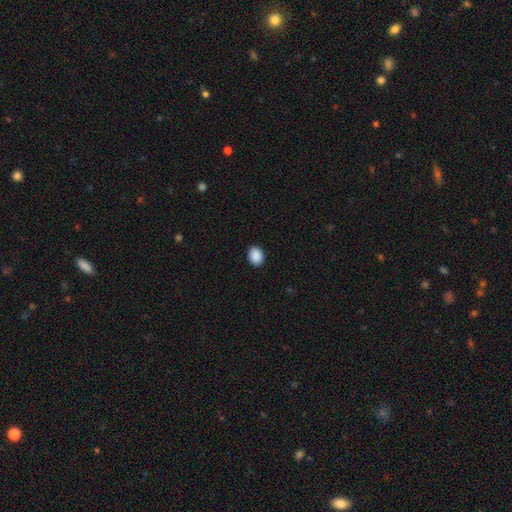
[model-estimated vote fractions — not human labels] smooth_or_featured: smooth (p=0.90) [alt: star or artifact p=0.08]
how_rounded: in between (p=0.61) [alt: round p=0.38]
merging: none (p=0.90) [alt: minor disturbance p=0.07]